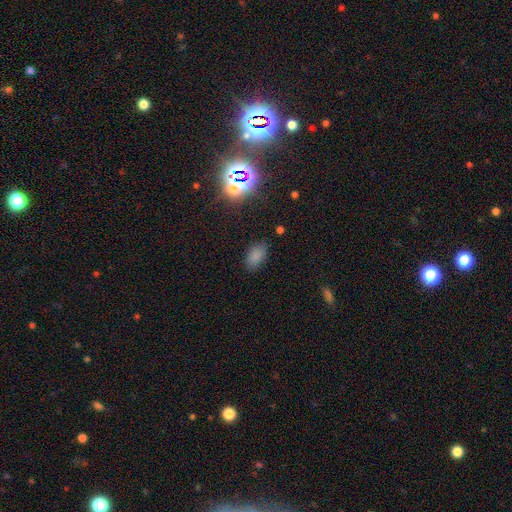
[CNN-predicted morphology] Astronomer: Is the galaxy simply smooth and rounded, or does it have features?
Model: smooth — 79%.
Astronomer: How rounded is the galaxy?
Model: in between — 92%.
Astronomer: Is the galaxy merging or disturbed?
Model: none — 82%.